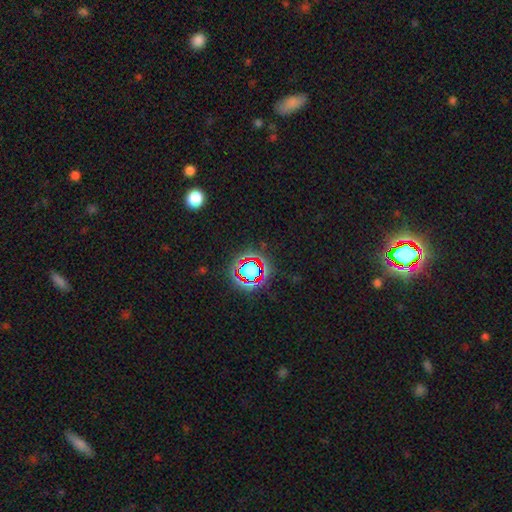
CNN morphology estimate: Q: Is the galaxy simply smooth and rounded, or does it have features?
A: star or artifact — 79%.